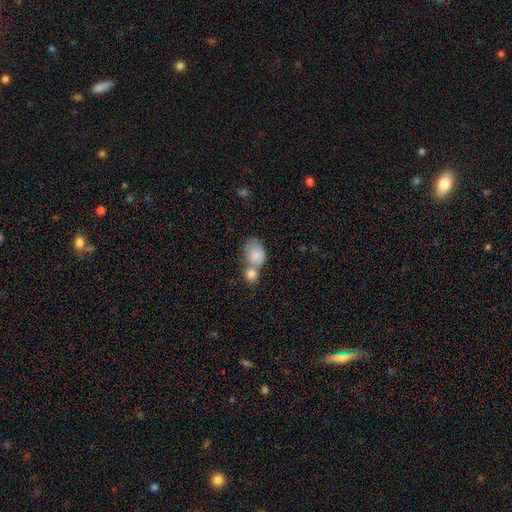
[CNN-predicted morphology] The model was most divided on "merging": merger: 56%, none: 26%, minor disturbance: 12%, major disturbance: 6%. More confident: smooth or featured — smooth (81%); how rounded — in between (71%).